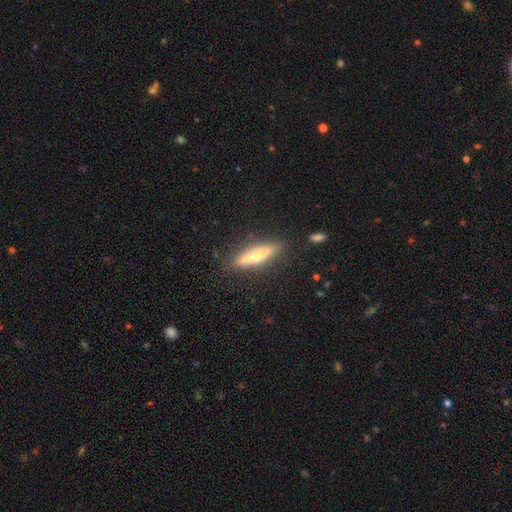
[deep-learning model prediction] This appears to be a featured or disk galaxy (49%). Merging: none (86%).